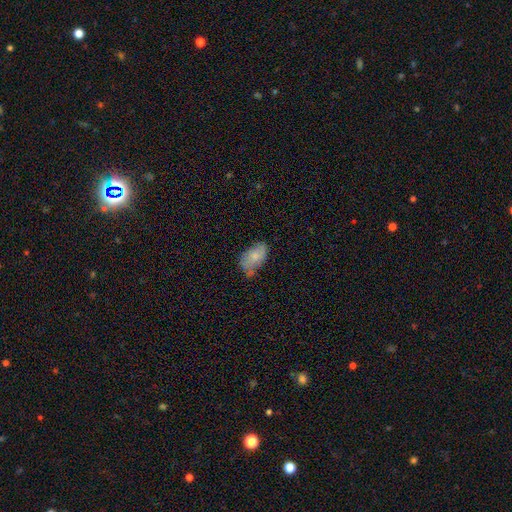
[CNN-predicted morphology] Smooth or featured? Predicted: smooth (p=0.74). How rounded? Predicted: in between (p=0.93). Merging? Predicted: none (p=0.47).